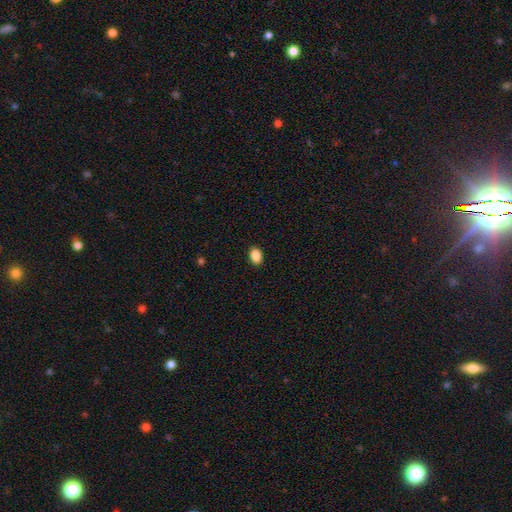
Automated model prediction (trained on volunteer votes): Smooth or featured: smooth — 89% (star or artifact — 8%)
How rounded: in between — 75% (round — 24%)
Merging: none — 91% (minor disturbance — 6%)